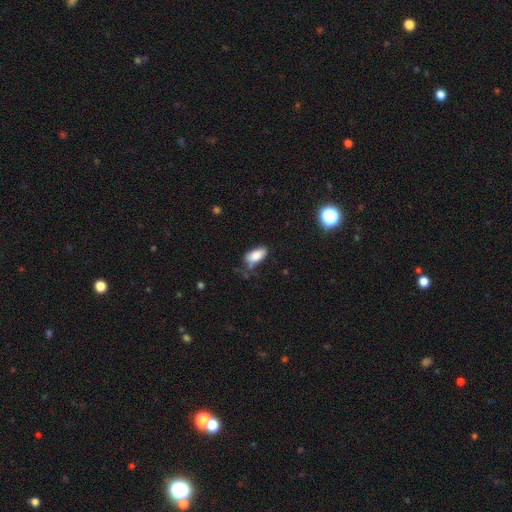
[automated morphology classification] This appears to be a smooth galaxy with no disk features (84%) that is in between round and cigar-shaped (91%). Merging: none (55%).